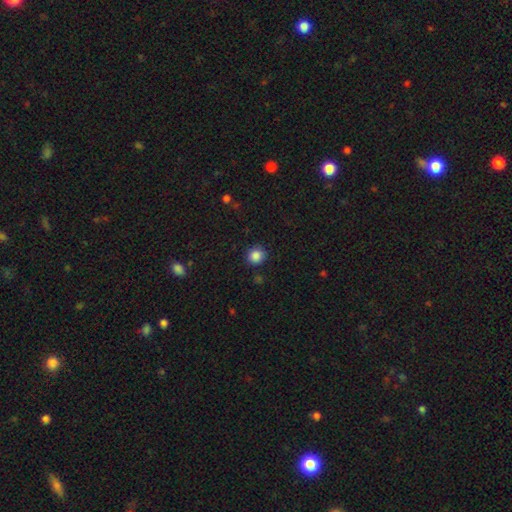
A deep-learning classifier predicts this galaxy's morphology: A smooth galaxy with no disk features (86%) that is round (90%).

Vote fractions:
- Smooth or featured? smooth: 86% / star or artifact: 11% / featured or disk: 3%
- How rounded? round: 90% / in between: 9% / cigar-shaped: 1%
- Merging? none: 88% / minor disturbance: 8% / major disturbance: 2% / merger: 1%